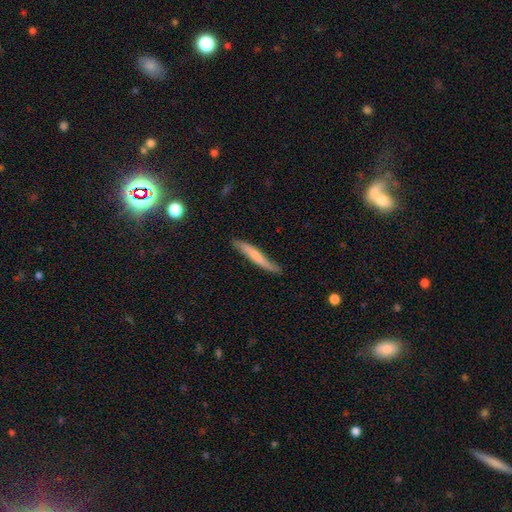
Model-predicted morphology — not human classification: smooth-or-featured: smooth: 56% | featured or disk: 38% | star or artifact: 6%
  how-rounded: cigar-shaped: 94% | in between: 4% | round: 1%
  merging: none: 73% | minor disturbance: 21% | major disturbance: 4% | merger: 2%